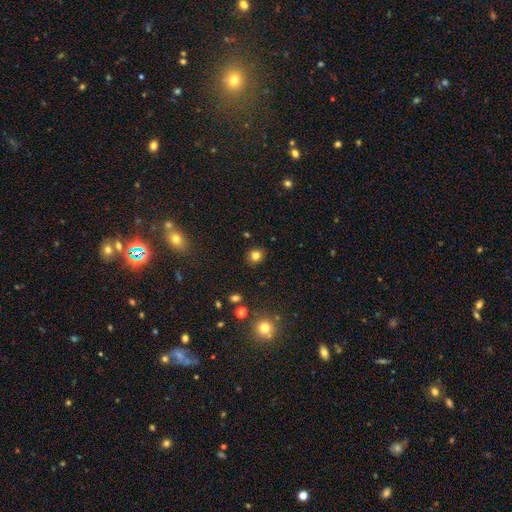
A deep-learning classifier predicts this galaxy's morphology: This appears to be a smooth galaxy with no disk features (80%) that is round (86%). Merging: none (88%).